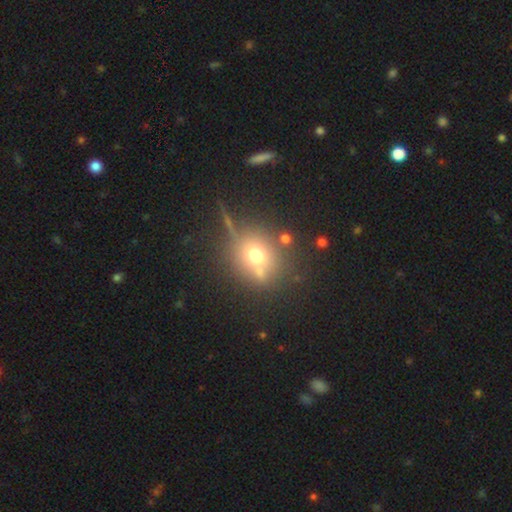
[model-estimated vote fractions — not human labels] Smooth or featured? Predicted: smooth (p=0.61). How rounded? Predicted: round (p=0.80). Merging? Predicted: none (p=0.69).